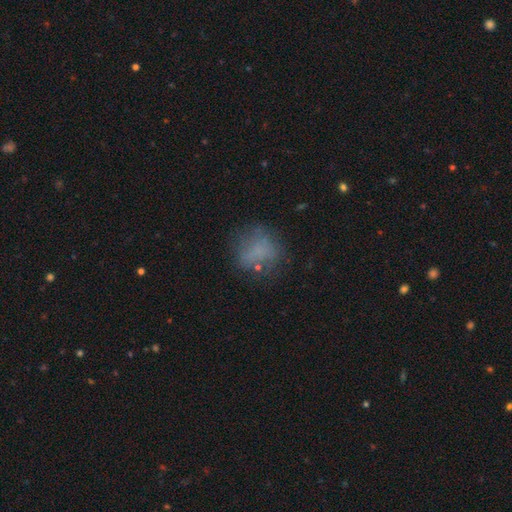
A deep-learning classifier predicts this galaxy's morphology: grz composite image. It shows a smooth galaxy with no disk features (63%) that is round (68%). Merging: none (65%).